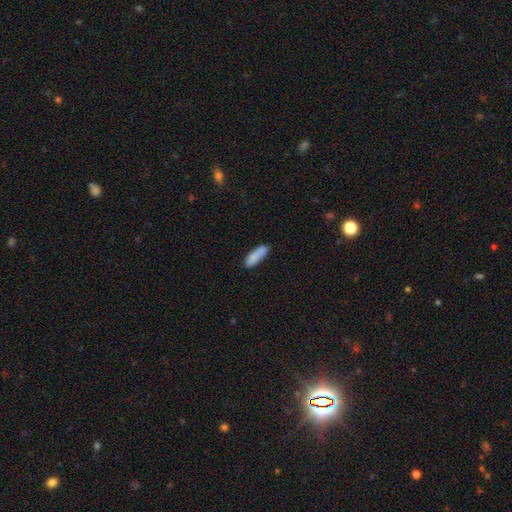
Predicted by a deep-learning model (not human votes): Q: Smooth or featured?
A: smooth (85%); runner-up: featured or disk (8%)
Q: How rounded?
A: in between (50%); runner-up: cigar-shaped (48%)
Q: Merging?
A: none (69%); runner-up: minor disturbance (20%)